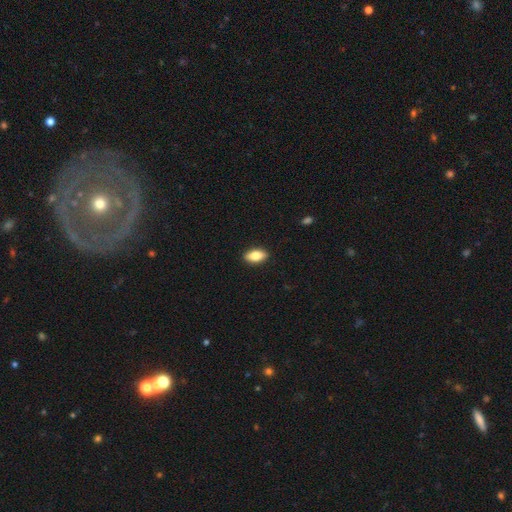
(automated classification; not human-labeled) smooth-or-featured: smooth: 80% | featured or disk: 13% | star or artifact: 7%
  how-rounded: in between: 90% | cigar-shaped: 6% | round: 4%
  merging: none: 91% | minor disturbance: 7% | major disturbance: 2% | merger: 1%